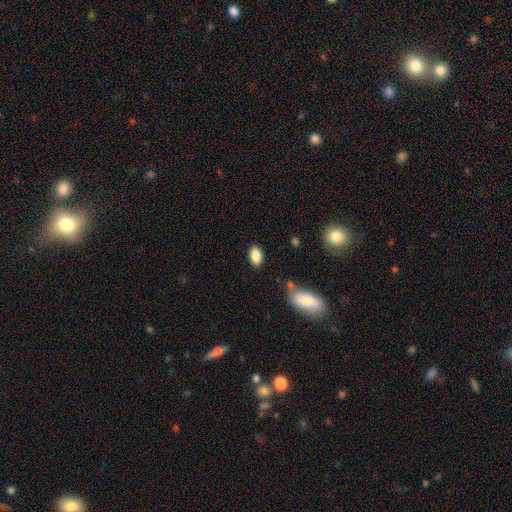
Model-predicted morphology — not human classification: type=smooth (86%); roundness=in between (92%); merging=none (85%).